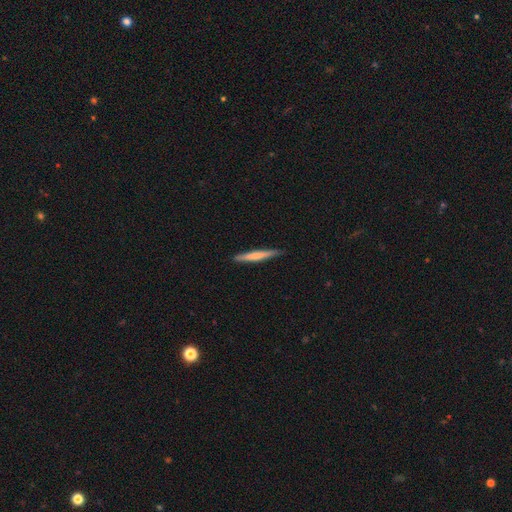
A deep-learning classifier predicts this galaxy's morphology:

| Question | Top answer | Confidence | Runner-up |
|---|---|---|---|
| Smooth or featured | smooth | 60% | featured or disk (35%) |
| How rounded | cigar-shaped | 95% | in between (3%) |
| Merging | none | 88% | minor disturbance (9%) |